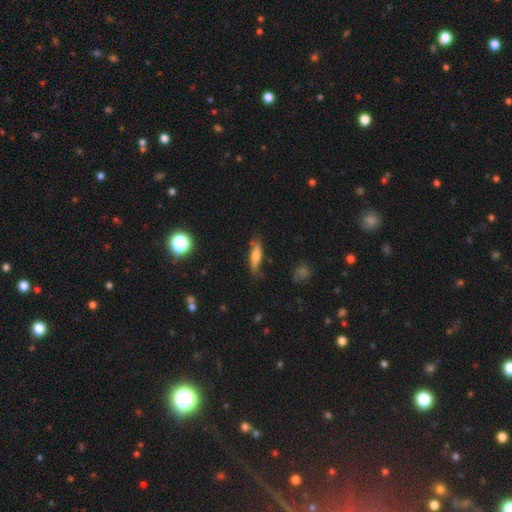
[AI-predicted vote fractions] The model was most divided on "smooth or featured": smooth: 62%, featured or disk: 30%, star or artifact: 8%. More confident: merging — none (73%); how rounded — cigar-shaped (65%).